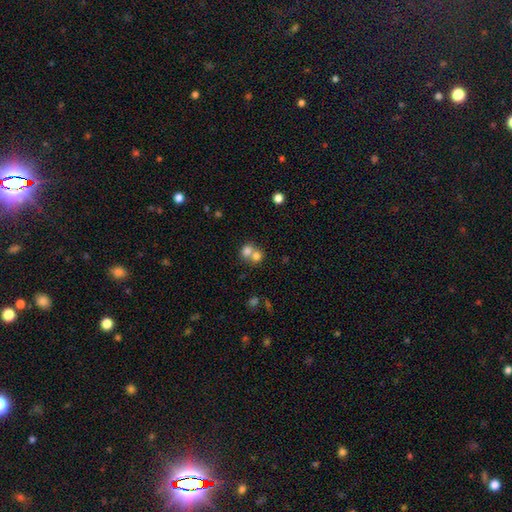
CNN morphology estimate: smooth_or_featured: smooth (p=0.75) [alt: featured or disk p=0.14]
how_rounded: round (p=0.71) [alt: in between p=0.28]
merging: merger (p=0.63) [alt: none p=0.29]